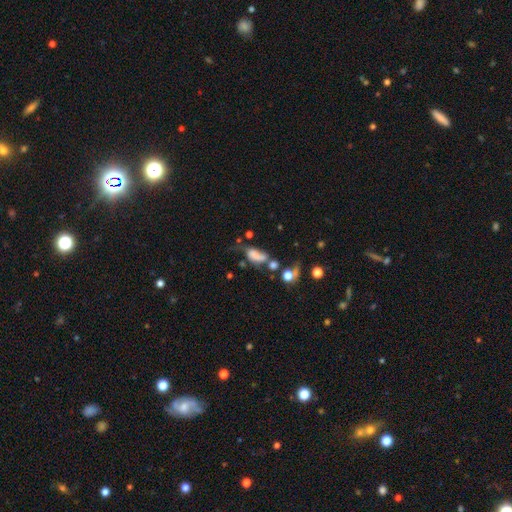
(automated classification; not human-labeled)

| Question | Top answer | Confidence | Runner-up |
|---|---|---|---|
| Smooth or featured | smooth | 55% | featured or disk (30%) |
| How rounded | in between | 81% | round (12%) |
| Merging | major disturbance | 34% | merger (25%) |